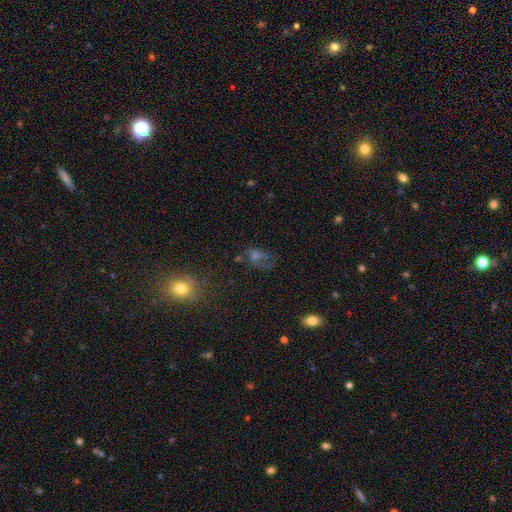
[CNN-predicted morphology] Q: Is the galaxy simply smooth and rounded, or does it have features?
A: smooth — 35%.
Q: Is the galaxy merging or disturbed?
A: none — 49%.